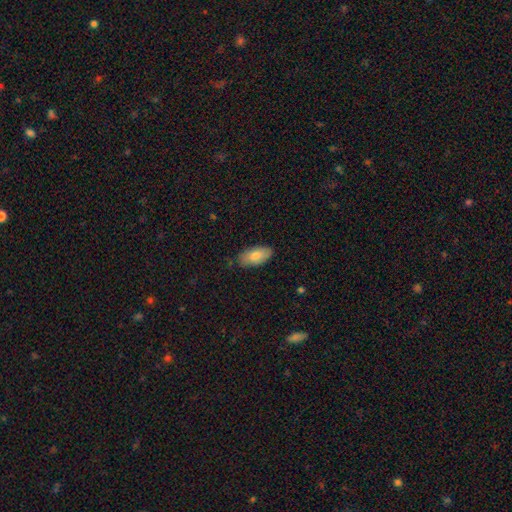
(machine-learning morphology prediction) Smooth or featured? smooth (80%)
How rounded? in between (91%)
Merging? none (82%)